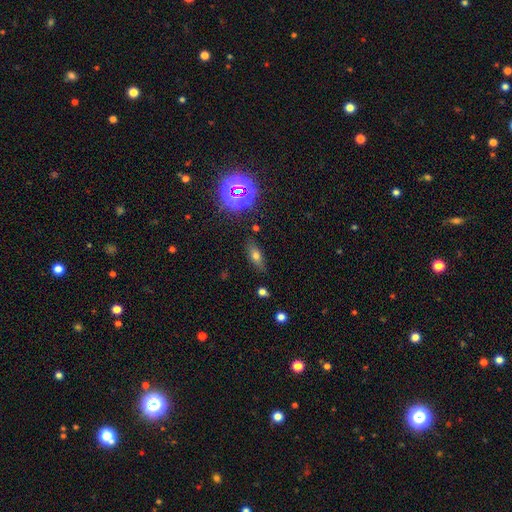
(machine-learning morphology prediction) Smooth or featured: smooth — 59% (featured or disk — 21%)
How rounded: in between — 67% (cigar-shaped — 25%)
Merging: none — 81% (minor disturbance — 13%)